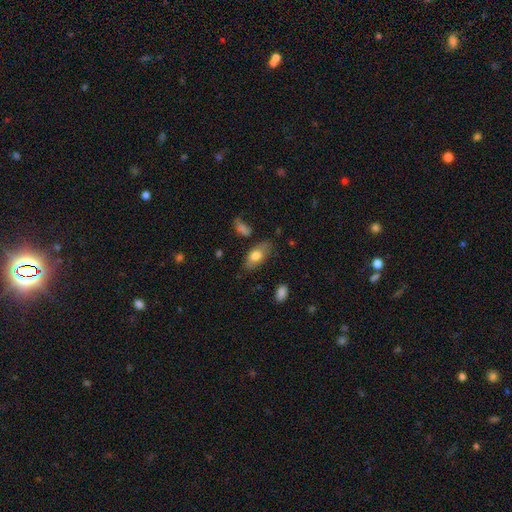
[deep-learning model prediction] smooth_or_featured: smooth (p=0.75) [alt: featured or disk p=0.18]
how_rounded: in between (p=0.90) [alt: cigar-shaped p=0.05]
merging: none (p=0.71) [alt: minor disturbance p=0.20]